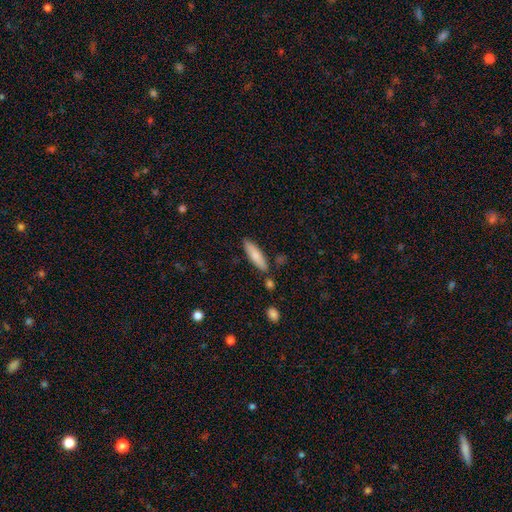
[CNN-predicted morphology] Smooth or featured: smooth — 78% (featured or disk — 16%)
How rounded: cigar-shaped — 67% (in between — 31%)
Merging: none — 81% (minor disturbance — 11%)